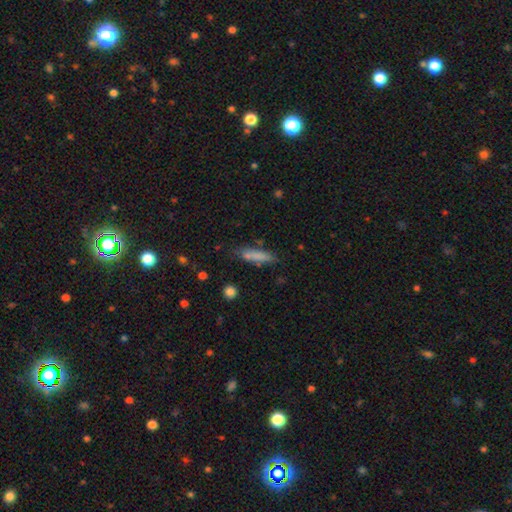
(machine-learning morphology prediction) This is likely a smooth galaxy (77%). How rounded: likely cigar-shaped (74%). Merging: likely none (72%).